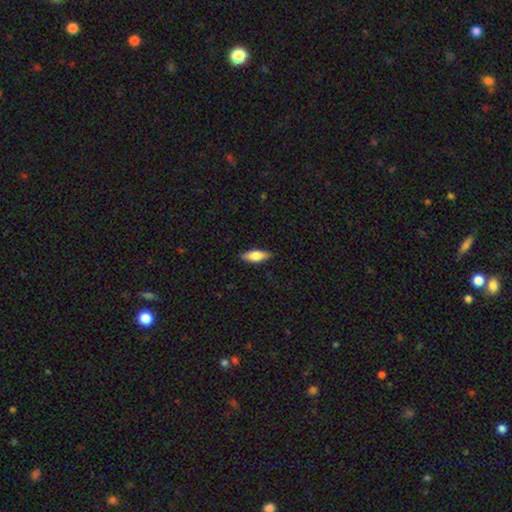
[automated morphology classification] The model was most divided on "how rounded": in between: 73%, cigar-shaped: 25%, round: 3%. More confident: merging — none (86%); smooth or featured — smooth (75%).